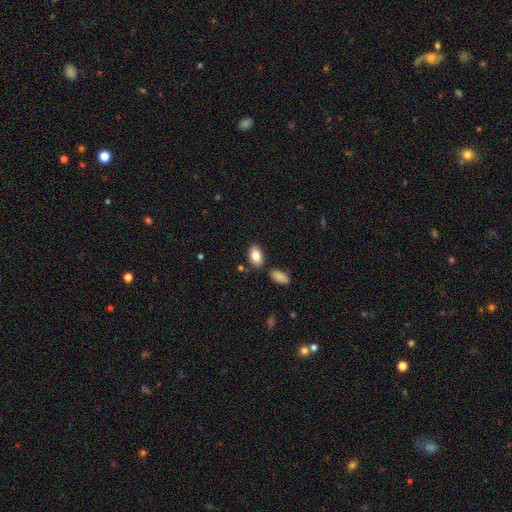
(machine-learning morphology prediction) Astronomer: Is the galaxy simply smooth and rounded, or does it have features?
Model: smooth — 83%.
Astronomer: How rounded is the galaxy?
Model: in between — 90%.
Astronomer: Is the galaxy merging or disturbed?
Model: none — 77%.